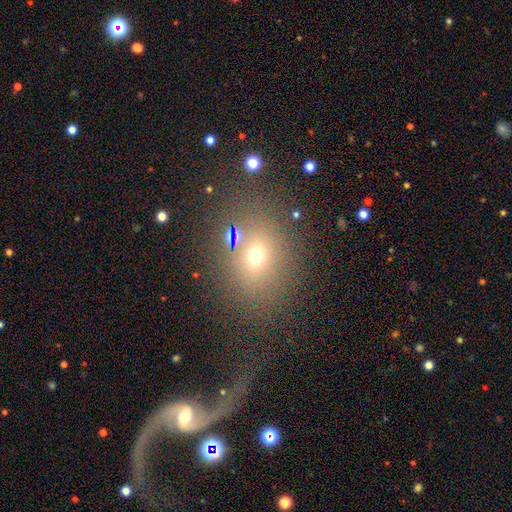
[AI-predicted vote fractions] Smooth or featured? smooth (64%)
How rounded? round (61%)
Merging? none (77%)